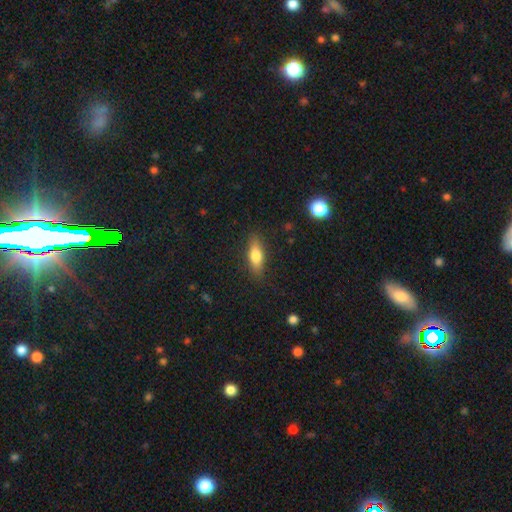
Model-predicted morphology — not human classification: This is likely a smooth galaxy (72%). How rounded: possibly in between (59%). Merging: clearly none (84%).